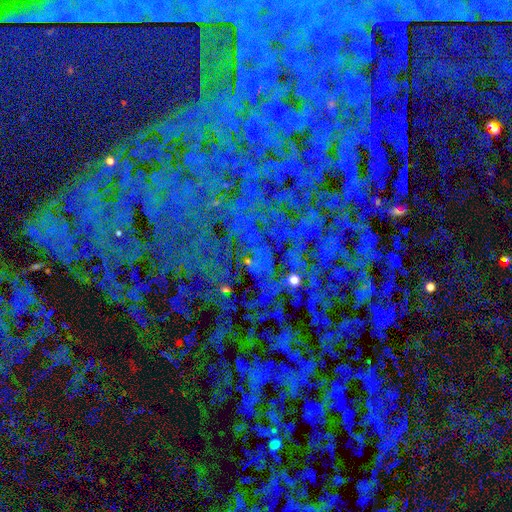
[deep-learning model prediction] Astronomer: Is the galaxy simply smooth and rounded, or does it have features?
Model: star or artifact — 84%.